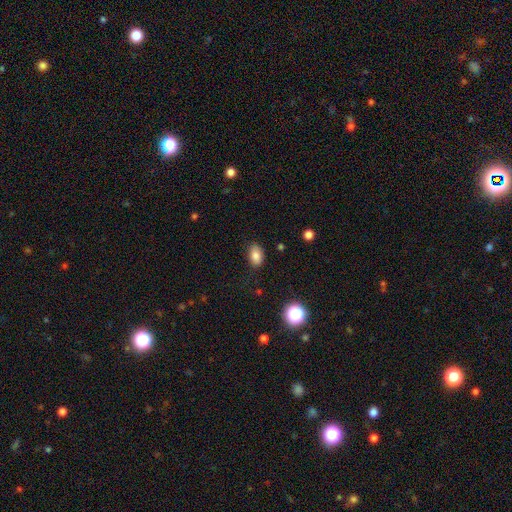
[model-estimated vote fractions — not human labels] A smooth galaxy with no disk features (83%) that is in between round and cigar-shaped (87%). Merging: none (83%).